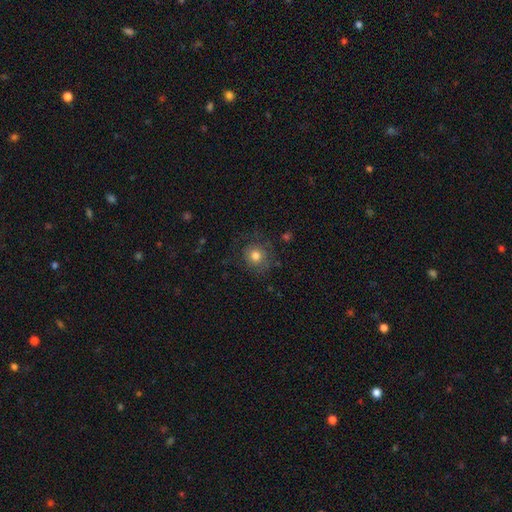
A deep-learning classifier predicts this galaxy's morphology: Q: Smooth or featured?
A: smooth (76%); runner-up: featured or disk (13%)
Q: How rounded?
A: round (88%); runner-up: in between (11%)
Q: Merging?
A: none (73%); runner-up: minor disturbance (16%)